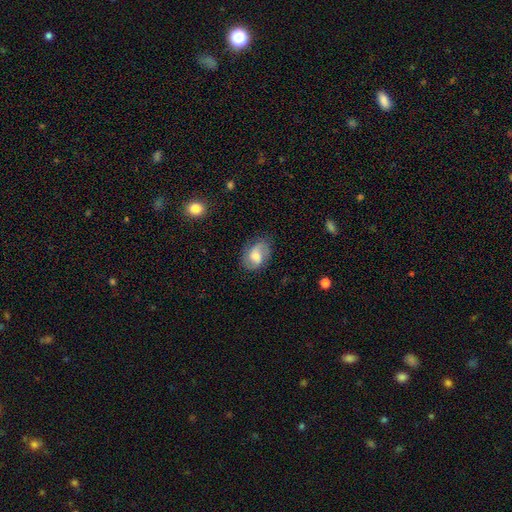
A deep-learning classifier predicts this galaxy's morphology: Smooth or featured: featured or disk — 56% (smooth — 37%)
Edge-on disk: no — 97% (yes — 3%)
Bar: weak — 46% (no — 44%)
Spiral arms: yes — 88% (no — 12%)
Bulge size: moderate — 54% (small — 26%)
Merging: none — 72% (minor disturbance — 20%)